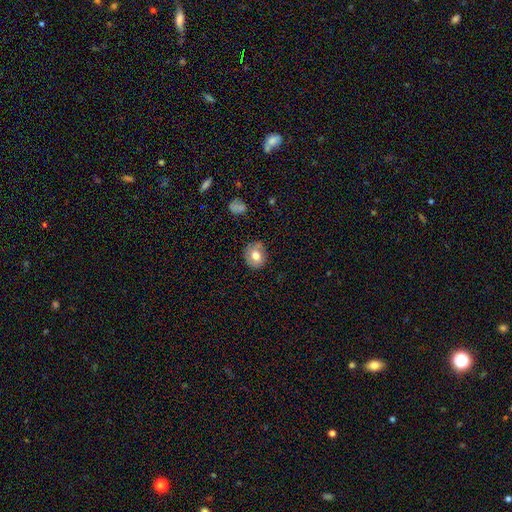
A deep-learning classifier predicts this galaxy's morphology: Overall: smooth (73%). How rounded: round (71%). Merging: none (75%).